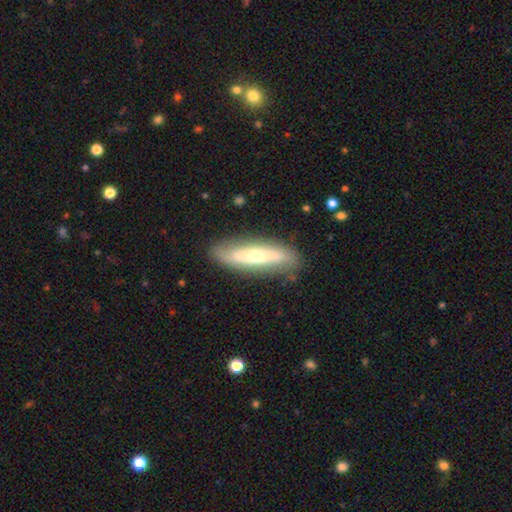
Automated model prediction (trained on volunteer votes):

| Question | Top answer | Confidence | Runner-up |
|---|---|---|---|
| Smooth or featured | featured or disk | 55% | smooth (39%) |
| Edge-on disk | no | 60% | yes (40%) |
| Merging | none | 80% | minor disturbance (14%) |